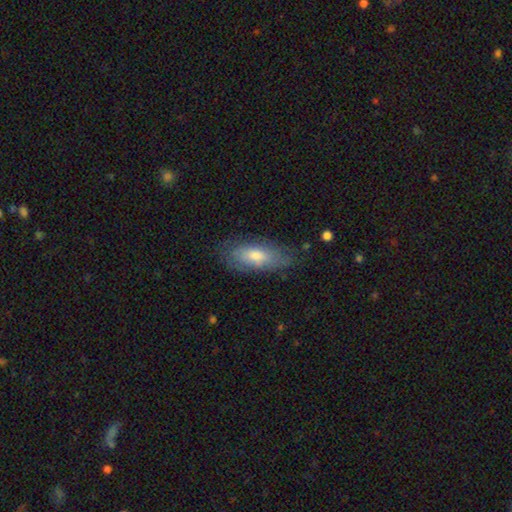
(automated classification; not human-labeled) This appears to be a smooth galaxy with no disk features (66%) that is in between round and cigar-shaped (77%). Merging: none (72%).